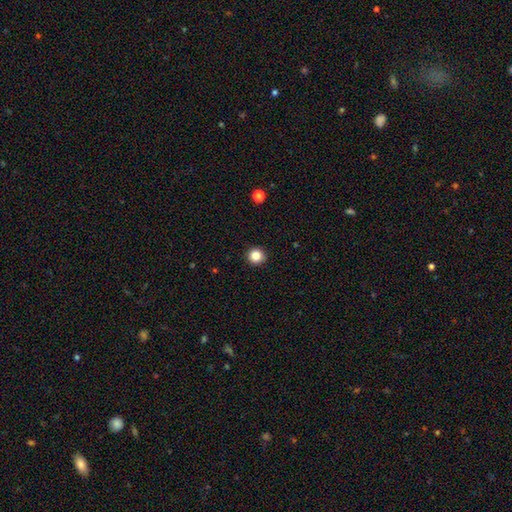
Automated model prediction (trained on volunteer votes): Q: Smooth or featured?
A: smooth (85%); runner-up: star or artifact (11%)
Q: How rounded?
A: round (95%); runner-up: in between (4%)
Q: Merging?
A: none (93%); runner-up: minor disturbance (4%)